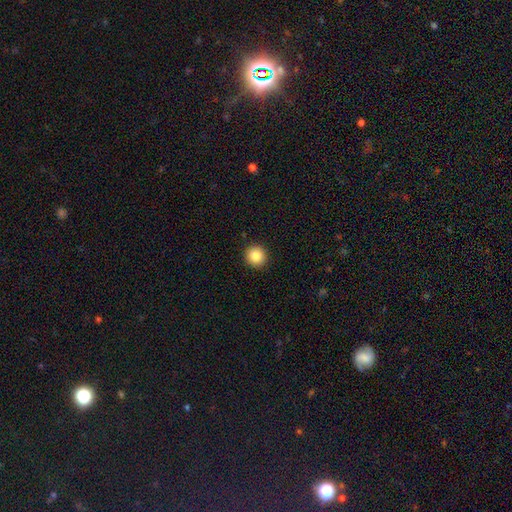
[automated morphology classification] This is clearly a smooth galaxy (86%). How rounded: clearly round (94%). Merging: clearly none (93%).